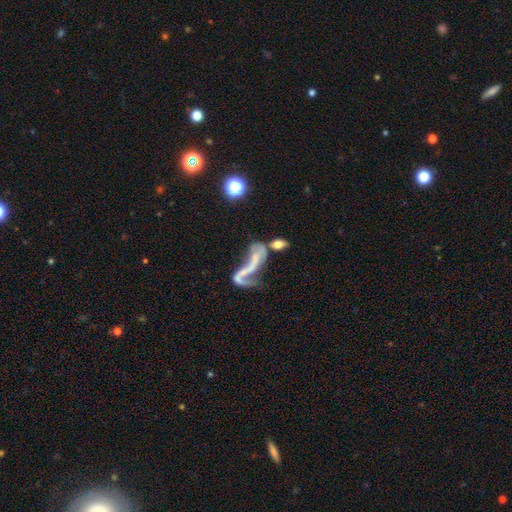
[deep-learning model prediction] This is likely a featured or disk galaxy (70%). It is clearly not viewed edge-on (93%). Bar: possibly no (53%). Spiral arm pattern: likely yes (64%). Central bulge: possibly none (53%). Merging: marginally merger (40%).